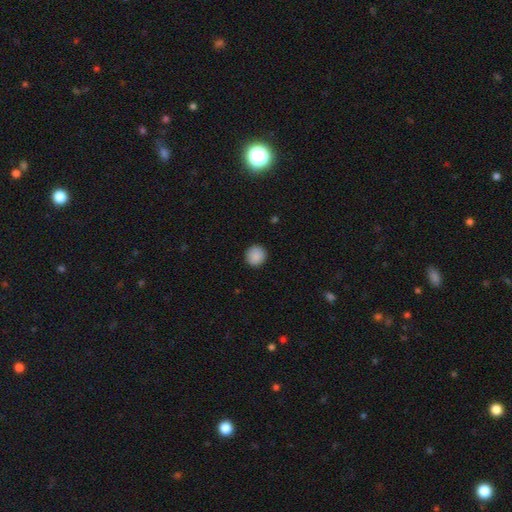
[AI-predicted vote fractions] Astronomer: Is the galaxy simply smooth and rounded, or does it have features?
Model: smooth — 89%.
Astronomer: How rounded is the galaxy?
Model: round — 93%.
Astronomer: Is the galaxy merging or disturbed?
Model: none — 92%.